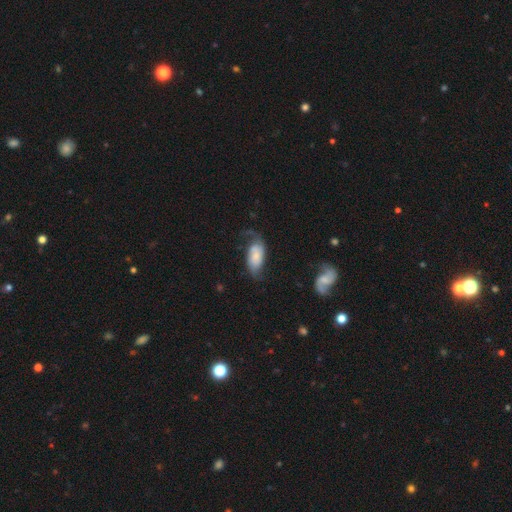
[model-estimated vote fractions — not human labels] Smooth or featured?
  - featured or disk: 47% *
  - smooth: 45%
  - star or artifact: 7%
Merging?
  - none: 43% *
  - minor disturbance: 27%
  - major disturbance: 25%
  - merger: 5%